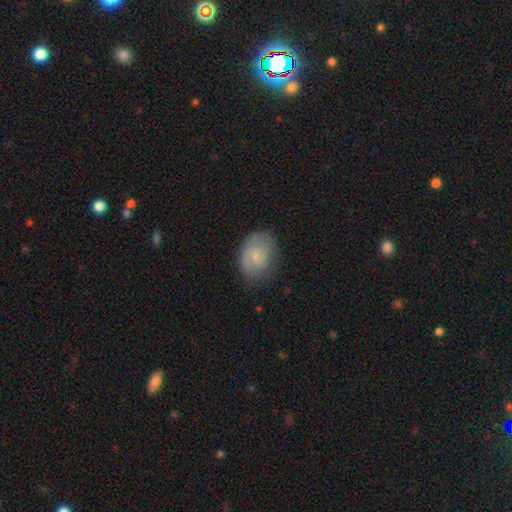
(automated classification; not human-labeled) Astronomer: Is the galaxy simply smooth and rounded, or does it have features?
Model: smooth — 64%.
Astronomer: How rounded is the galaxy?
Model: in between — 58% (runner-up: round, 41%).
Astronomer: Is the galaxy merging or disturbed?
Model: none — 67%.